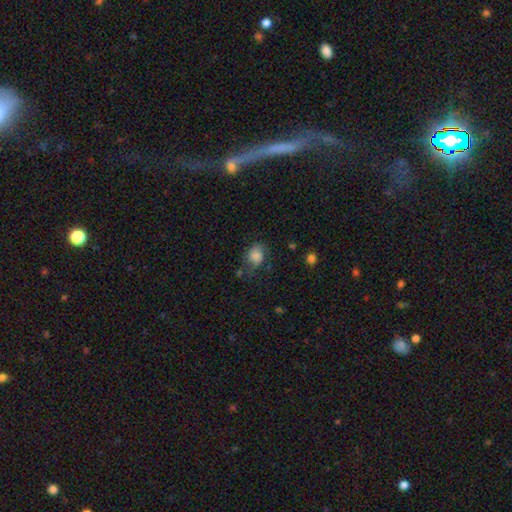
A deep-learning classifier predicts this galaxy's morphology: A smooth galaxy with no disk features (72%) that is in between round and cigar-shaped (51%). Merging: none (48%).